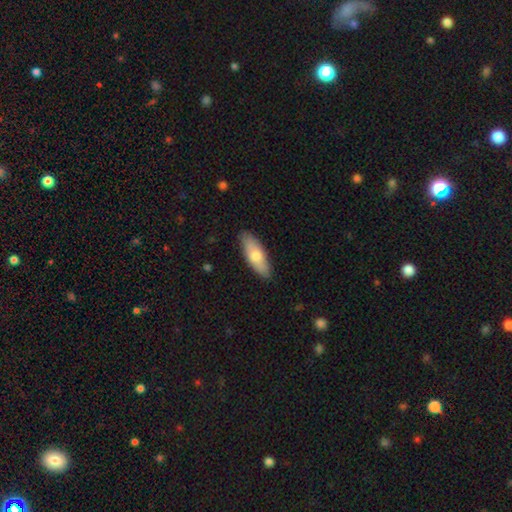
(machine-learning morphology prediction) Overall: smooth (71%). How rounded: in between (64%; cigar-shaped 33%). Merging: none (85%).